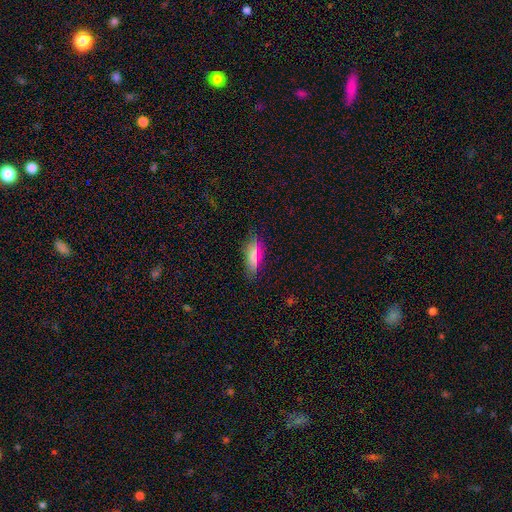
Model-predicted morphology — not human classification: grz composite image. It shows a smooth galaxy with no disk features (67%) that is in between round and cigar-shaped (65%). Merging: none (83%).